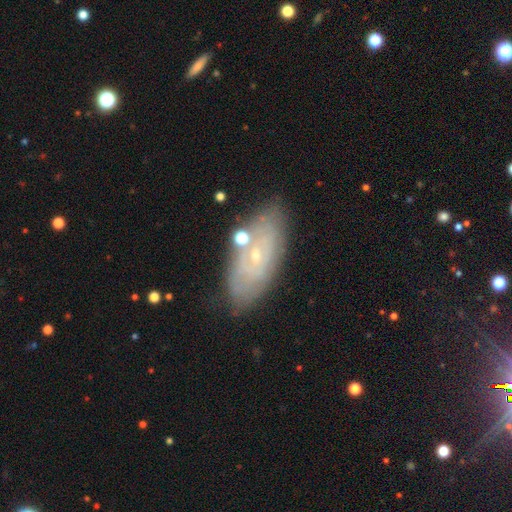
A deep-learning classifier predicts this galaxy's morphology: Smooth or featured? featured or disk (64%)
Edge-on disk? no (88%)
Bar? no (74%)
Spiral arms? yes (57%)
Bulge size? small (80%)
Merging? none (74%)